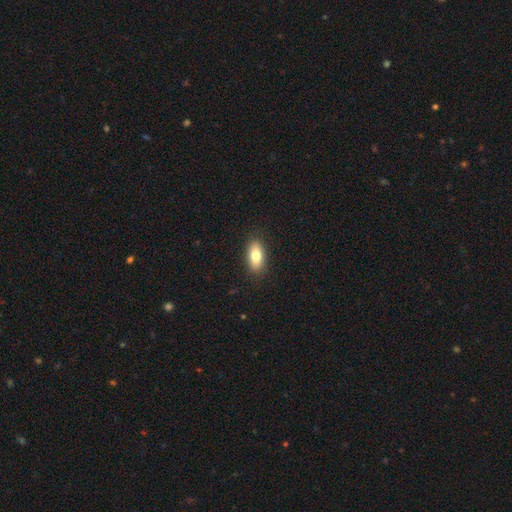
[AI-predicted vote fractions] This is likely a smooth galaxy (79%). How rounded: clearly in between (88%). Merging: clearly none (89%).